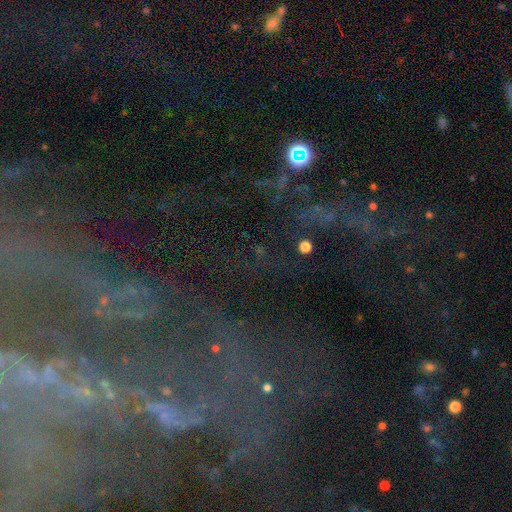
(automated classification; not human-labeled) This is possibly a featured or disk galaxy (47%). Merging: likely none (66%).